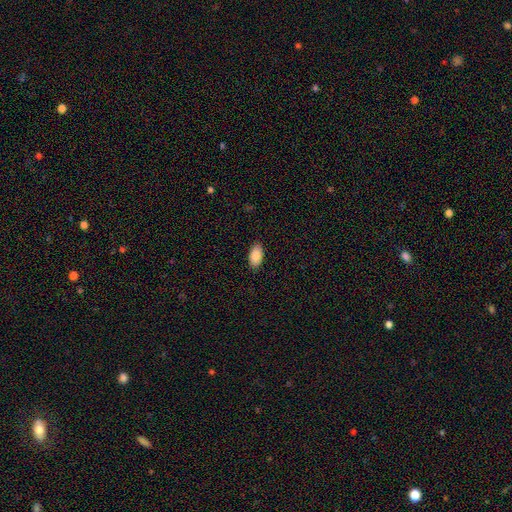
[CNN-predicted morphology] Smooth or featured? Predicted: smooth (p=0.88). How rounded? Predicted: in between (p=0.95). Merging? Predicted: none (p=0.89).